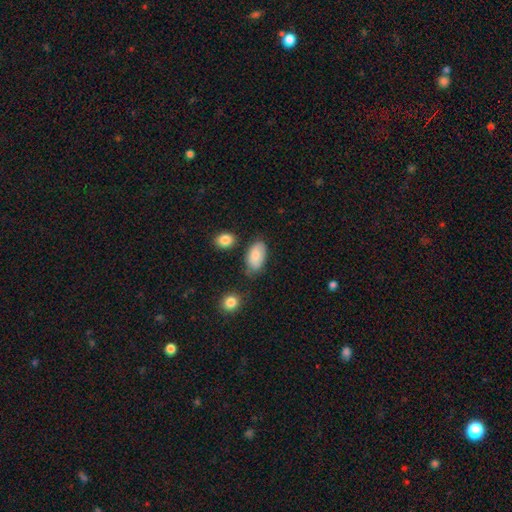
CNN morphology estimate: Smooth or featured: smooth — 84% (featured or disk — 10%)
How rounded: in between — 94% (round — 4%)
Merging: none — 66% (minor disturbance — 23%)